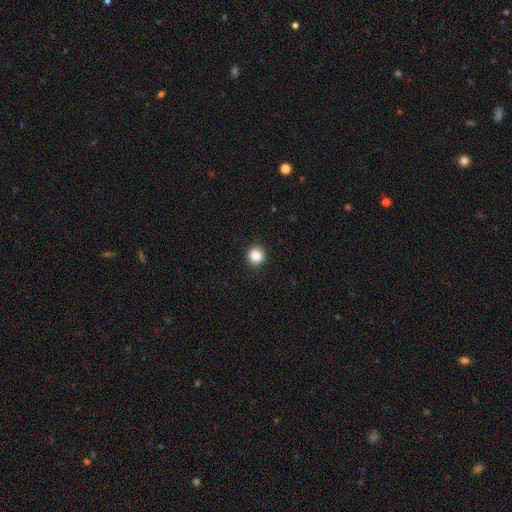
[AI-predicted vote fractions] Smooth or featured? Predicted: smooth (p=0.86). How rounded? Predicted: round (p=0.92). Merging? Predicted: none (p=0.92).